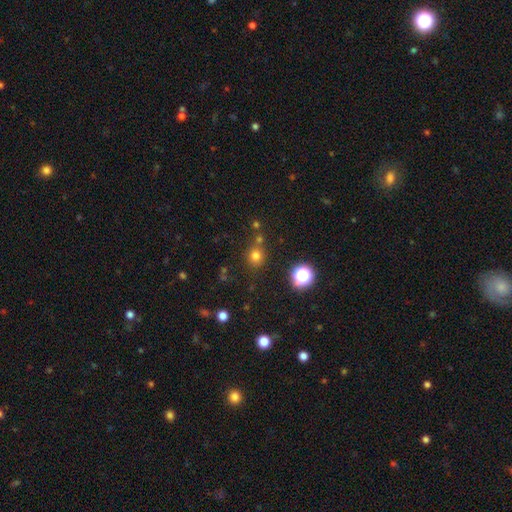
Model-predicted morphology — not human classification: smooth_or_featured: smooth (p=0.72) [alt: star or artifact p=0.21]
how_rounded: round (p=0.86) [alt: in between p=0.13]
merging: none (p=0.75) [alt: merger p=0.11]